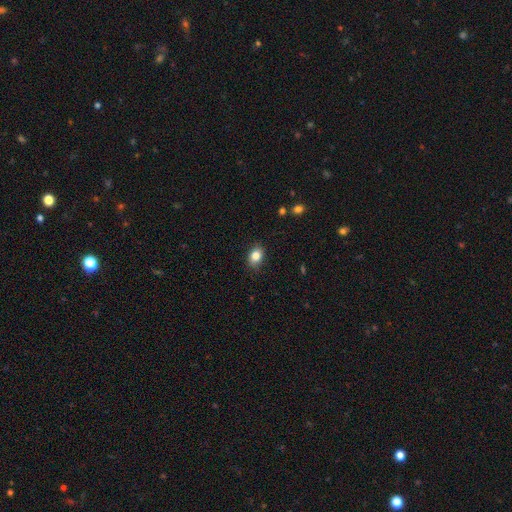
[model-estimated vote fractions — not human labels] Smooth or featured: smooth — 83% (star or artifact — 9%)
How rounded: in between — 65% (round — 33%)
Merging: none — 83% (minor disturbance — 14%)